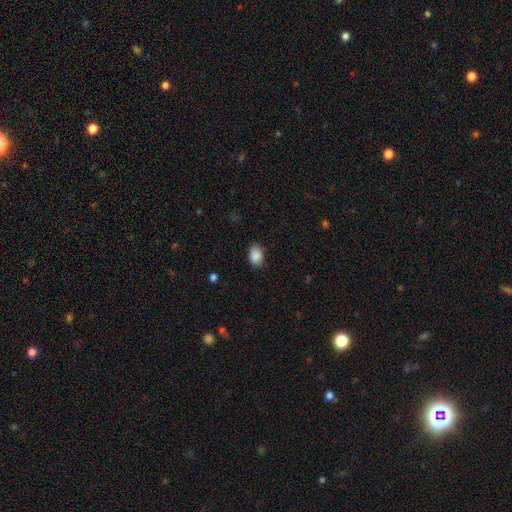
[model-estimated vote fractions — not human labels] The model was most divided on "how rounded": in between: 78%, round: 21%, cigar-shaped: 1%. More confident: smooth or featured — smooth (89%); merging — none (82%).